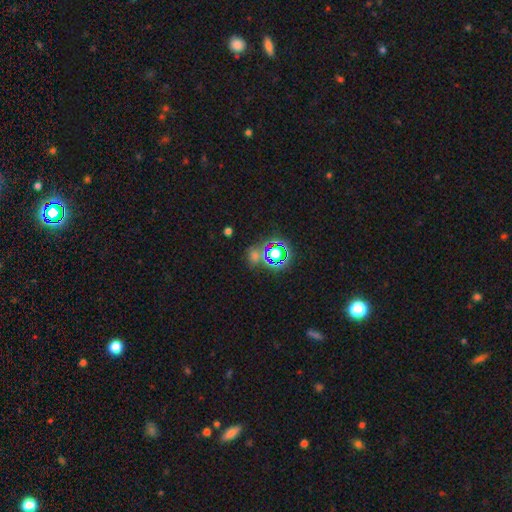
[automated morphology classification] A star or artifact, not a galaxy (62%).